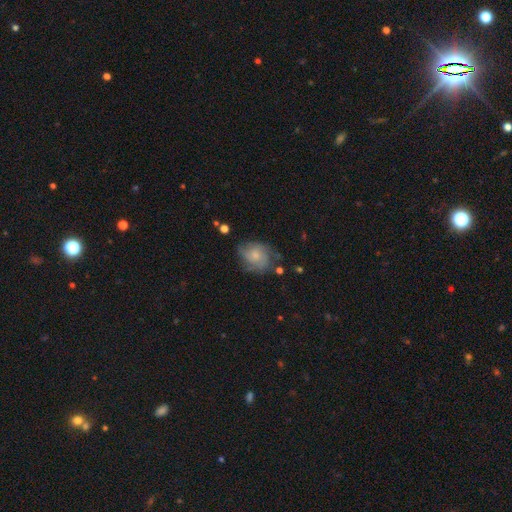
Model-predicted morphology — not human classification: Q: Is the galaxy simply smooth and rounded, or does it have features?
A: featured or disk — 48%.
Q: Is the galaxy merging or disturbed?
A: none — 58%.